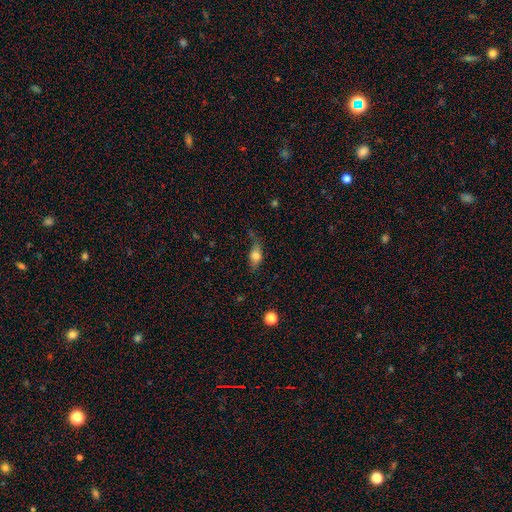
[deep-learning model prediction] This is likely a smooth galaxy (72%). How rounded: likely in between (79%). Merging: possibly none (55%).